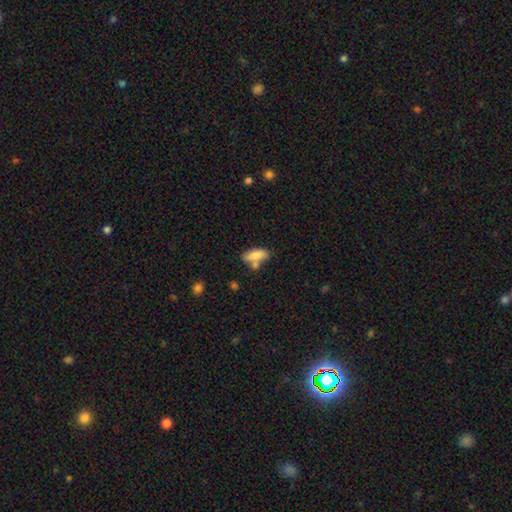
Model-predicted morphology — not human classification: smooth-or-featured: smooth: 81% | featured or disk: 12% | star or artifact: 7%
  how-rounded: in between: 79% | cigar-shaped: 18% | round: 3%
  merging: none: 59% | merger: 20% | minor disturbance: 17% | major disturbance: 4%